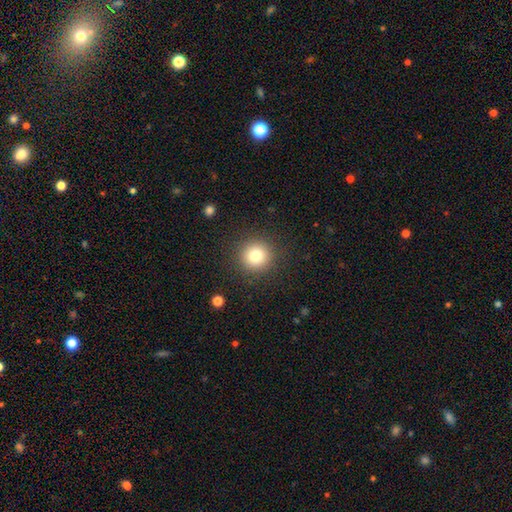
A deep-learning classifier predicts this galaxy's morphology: Smooth or featured? smooth (79%)
How rounded? round (94%)
Merging? none (90%)